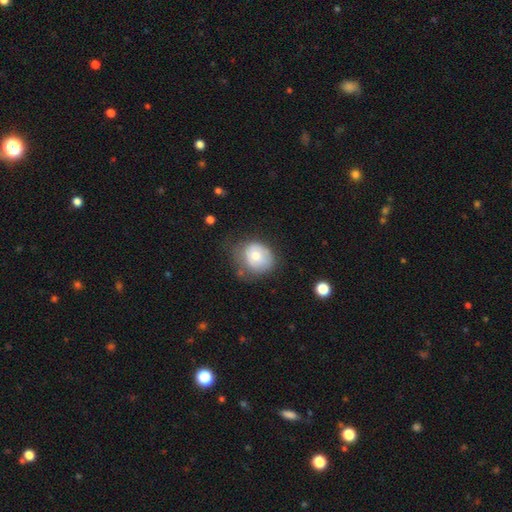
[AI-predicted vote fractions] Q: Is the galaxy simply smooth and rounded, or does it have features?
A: smooth — 69%.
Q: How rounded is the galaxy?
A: round — 64%.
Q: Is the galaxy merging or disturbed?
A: none — 46%.